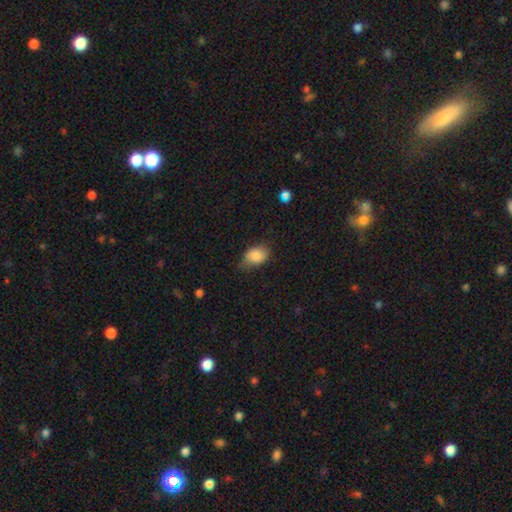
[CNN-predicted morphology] Smooth or featured? smooth (86%)
How rounded? in between (78%)
Merging? none (61%)